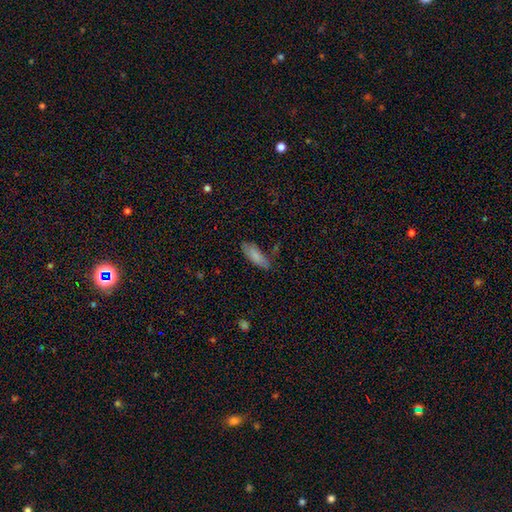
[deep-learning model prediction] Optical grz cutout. It shows a smooth galaxy with no disk features (83%) that is in between round and cigar-shaped (67%). Merging: none (70%).